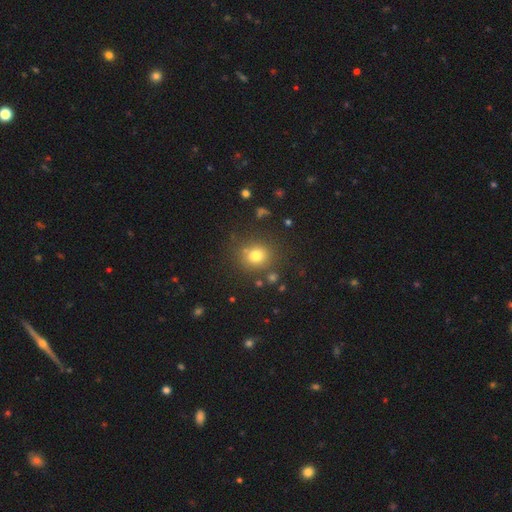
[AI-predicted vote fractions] This is likely a smooth galaxy (76%). How rounded: clearly round (83%). Merging: clearly none (81%).